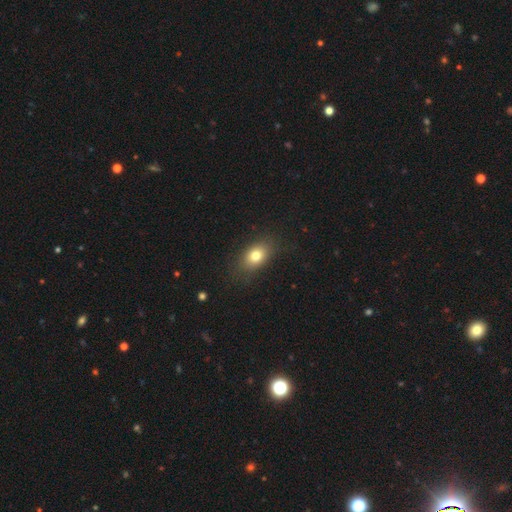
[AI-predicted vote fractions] Smooth or featured: smooth — 78% (featured or disk — 12%)
How rounded: in between — 77% (round — 21%)
Merging: none — 82% (minor disturbance — 13%)